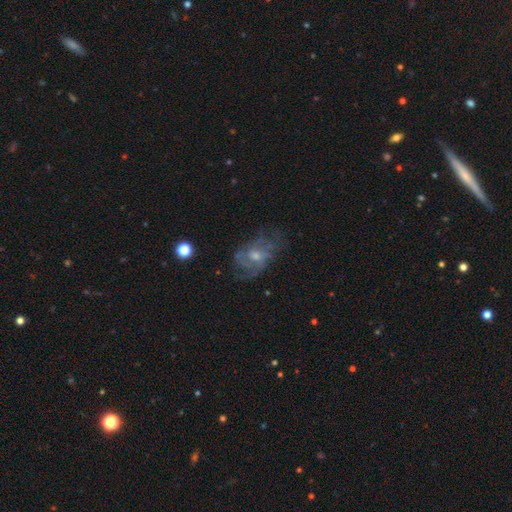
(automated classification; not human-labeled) A featured or disk galaxy (68%) with no bar (58%), spiral arms (74%) and a moderate central bulge (51%). Merging: none (56%).